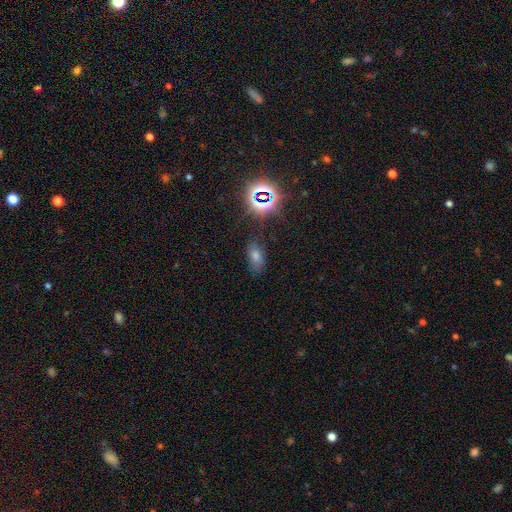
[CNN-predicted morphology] A smooth galaxy with no disk features (51%) that is in between round and cigar-shaped (84%).

Vote fractions:
- Smooth or featured? smooth: 51% / star or artifact: 36% / featured or disk: 13%
- How rounded? in between: 84% / round: 11% / cigar-shaped: 5%
- Merging? none: 77% / minor disturbance: 16% / major disturbance: 5% / merger: 3%